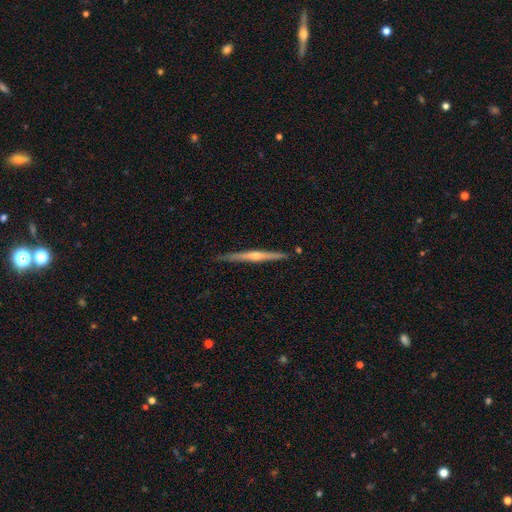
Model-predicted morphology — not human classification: Q: Smooth or featured?
A: featured or disk (80%); runner-up: smooth (15%)
Q: Edge-on disk?
A: yes (98%); runner-up: no (2%)
Q: Edge-on bulge?
A: rounded (86%); runner-up: none (11%)
Q: Merging?
A: none (90%); runner-up: minor disturbance (7%)